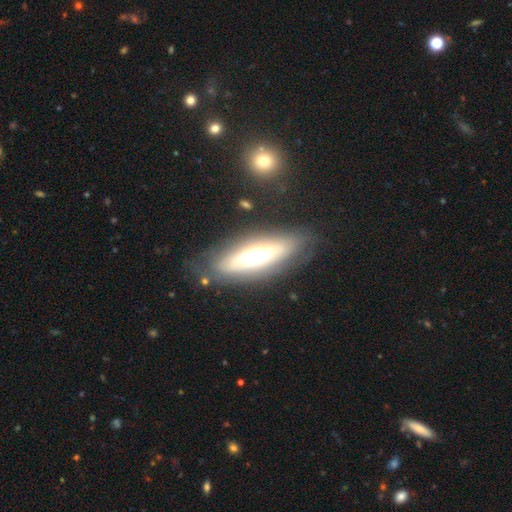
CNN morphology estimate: Smooth or featured? featured or disk (54%)
Edge-on disk? yes (55%)
Merging? none (76%)